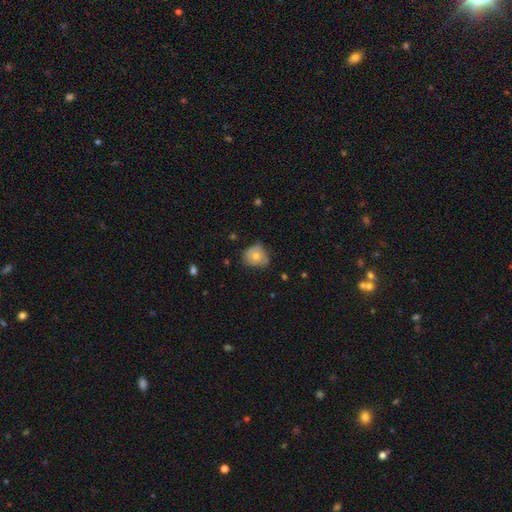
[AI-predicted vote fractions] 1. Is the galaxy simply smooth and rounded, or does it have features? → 68% smooth, 23% featured or disk, 9% star or artifact.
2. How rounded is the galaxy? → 67% round, 32% in between, 1% cigar-shaped.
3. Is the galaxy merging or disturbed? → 54% none, 36% minor disturbance, 8% major disturbance, 2% merger.